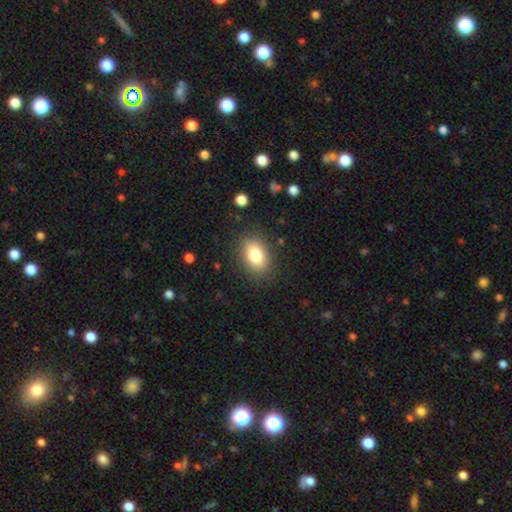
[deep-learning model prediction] Smooth or featured? smooth (82%)
How rounded? in between (83%)
Merging? none (85%)